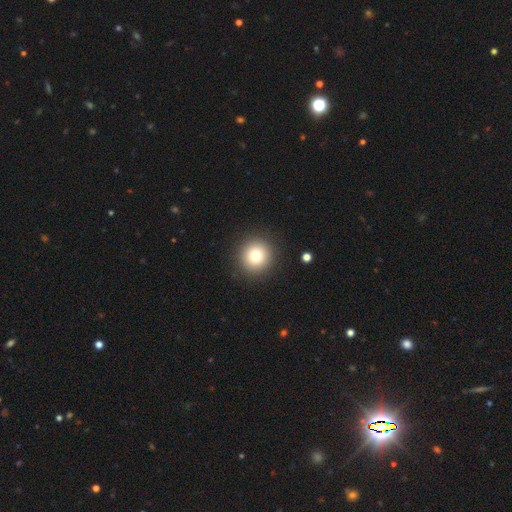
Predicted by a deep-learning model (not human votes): Overall: smooth (77%). How rounded: round (95%). Merging: none (91%).